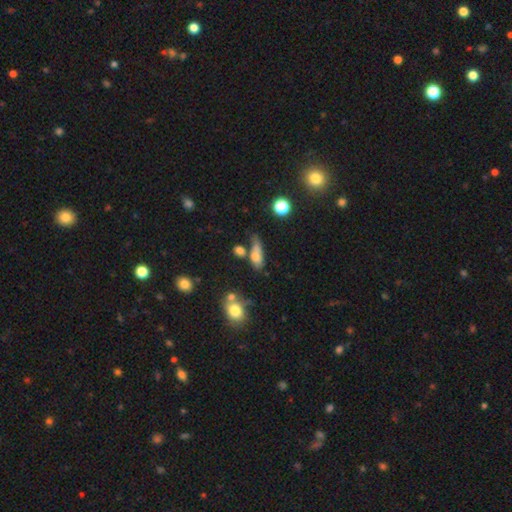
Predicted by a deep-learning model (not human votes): The model was most divided on "merging": none: 36%, minor disturbance: 25%, merger: 24%, major disturbance: 16%. More confident: smooth or featured — smooth (71%); how rounded — in between (57%).